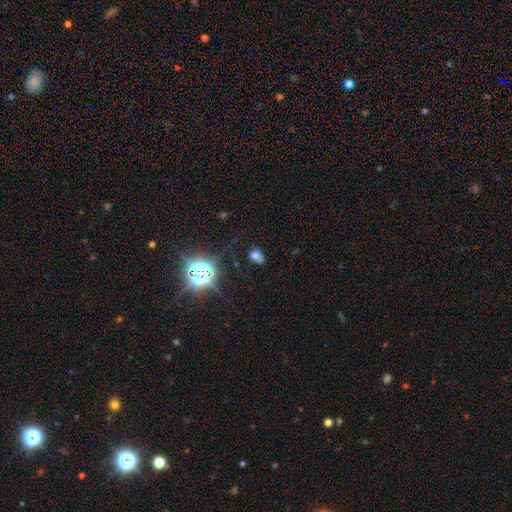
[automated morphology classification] Smooth or featured? Predicted: smooth (p=0.60). How rounded? Predicted: in between (p=0.63). Merging? Predicted: none (p=0.65).